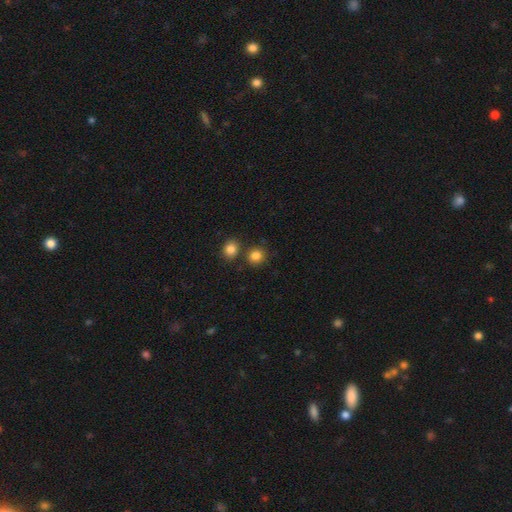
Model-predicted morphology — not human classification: type=smooth (84%); roundness=round (83%); merging=none (75%).